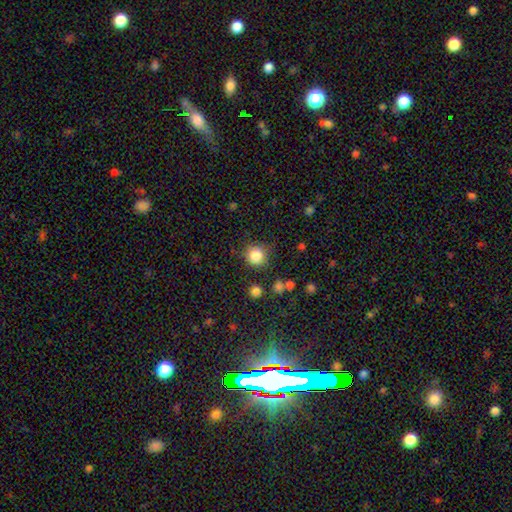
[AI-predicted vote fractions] smooth 85%, star or artifact 11%, featured or disk 4%. Down the decision tree: how rounded — round (93%); merging — none (84%).